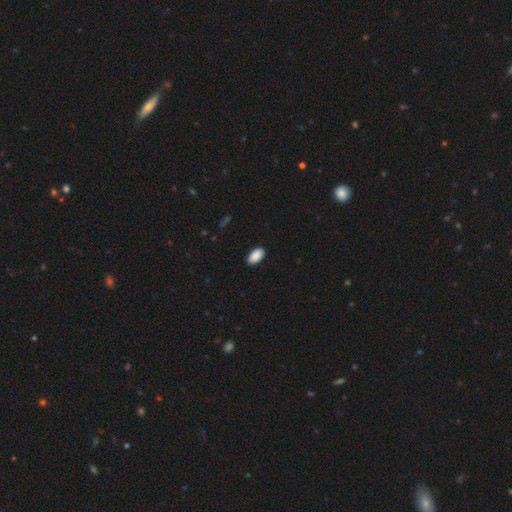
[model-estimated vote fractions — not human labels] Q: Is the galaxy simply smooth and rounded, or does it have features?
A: smooth — 90%.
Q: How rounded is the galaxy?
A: in between — 95%.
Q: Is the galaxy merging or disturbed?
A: none — 89%.